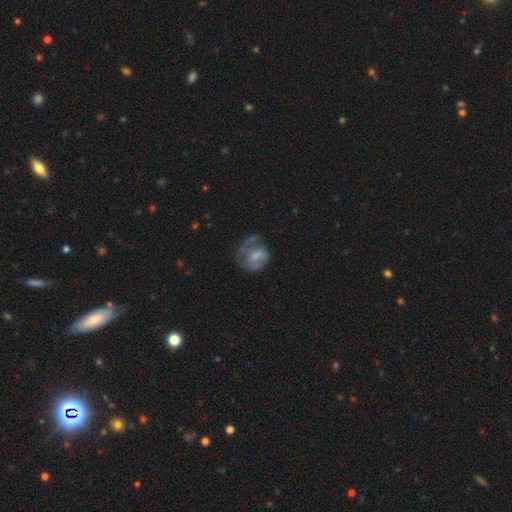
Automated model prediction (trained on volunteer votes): This is possibly a featured or disk galaxy (47%). Merging: marginally none (40%).